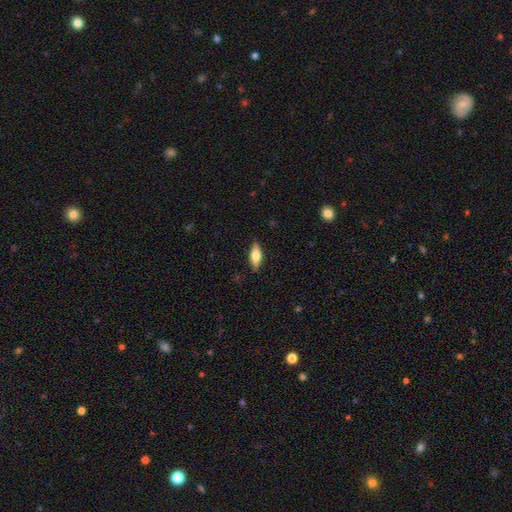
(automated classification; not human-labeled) Smooth or featured? smooth (59%)
How rounded? in between (66%)
Merging? none (86%)